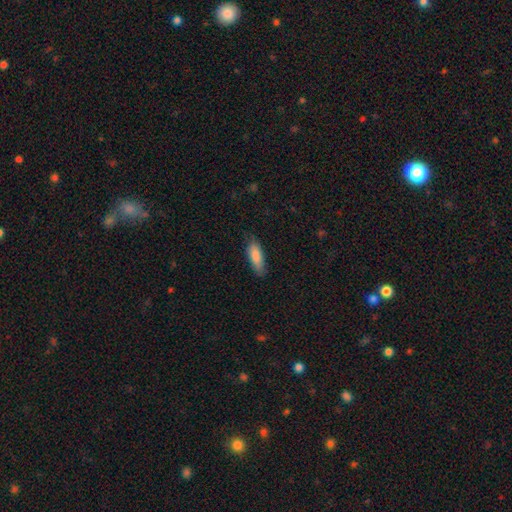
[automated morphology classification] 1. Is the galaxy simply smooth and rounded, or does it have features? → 86% smooth, 8% featured or disk, 6% star or artifact.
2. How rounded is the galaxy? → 56% in between, 42% cigar-shaped, 2% round.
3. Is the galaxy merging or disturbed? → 79% none, 17% minor disturbance, 3% major disturbance, 1% merger.